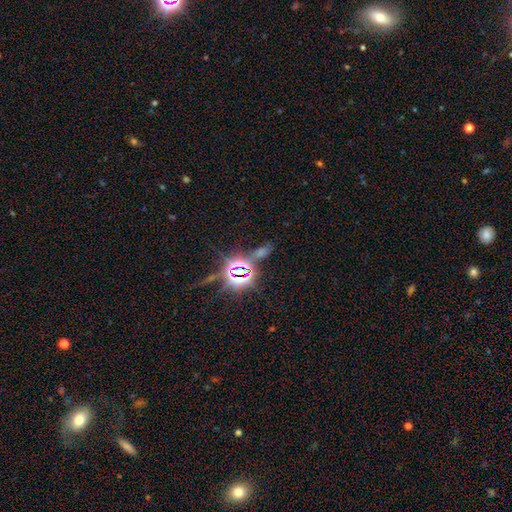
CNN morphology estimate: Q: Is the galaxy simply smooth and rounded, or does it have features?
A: star or artifact — 81%.